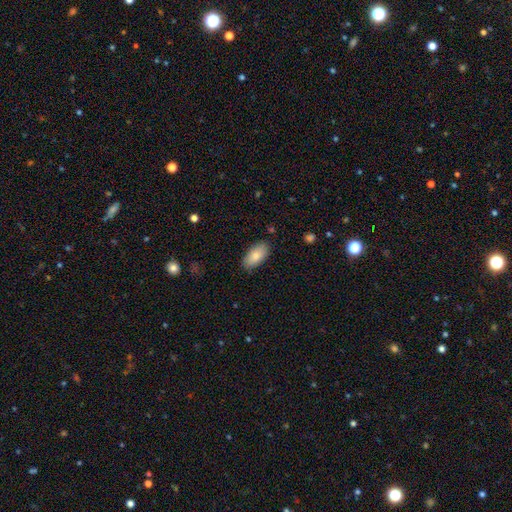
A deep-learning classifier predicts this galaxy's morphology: Smooth or featured? smooth (84%)
How rounded? in between (93%)
Merging? none (86%)